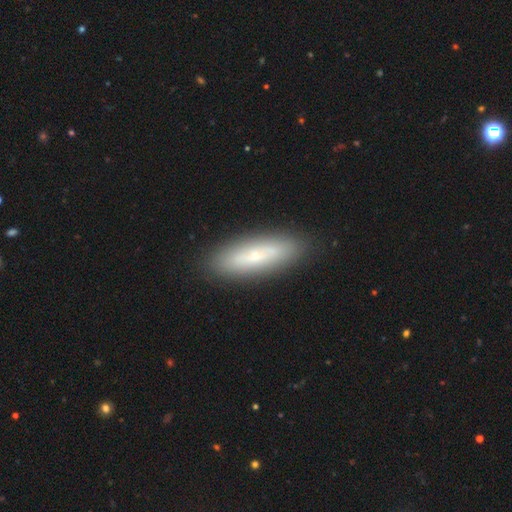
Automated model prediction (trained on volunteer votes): Smooth or featured: smooth — 57% (featured or disk — 36%)
How rounded: cigar-shaped — 57% (in between — 41%)
Merging: none — 88% (minor disturbance — 8%)